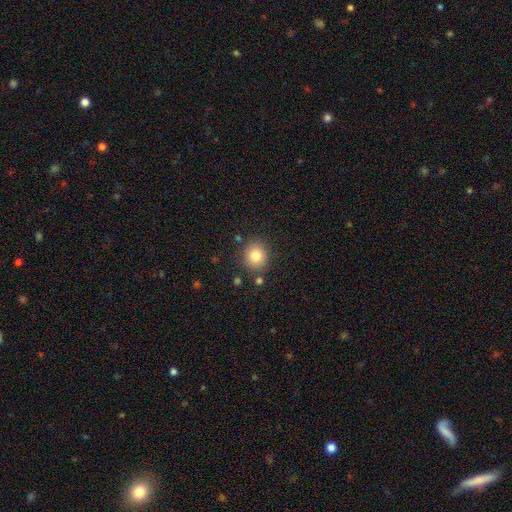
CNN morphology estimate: smooth-or-featured: smooth: 81% | star or artifact: 11% | featured or disk: 9%
  how-rounded: round: 83% | in between: 16% | cigar-shaped: 1%
  merging: none: 84% | minor disturbance: 9% | merger: 4% | major disturbance: 3%